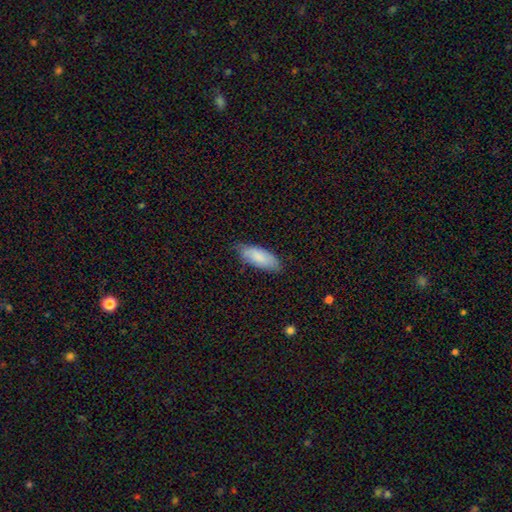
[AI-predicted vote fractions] Smooth or featured? smooth (83%)
How rounded? in between (76%)
Merging? none (75%)